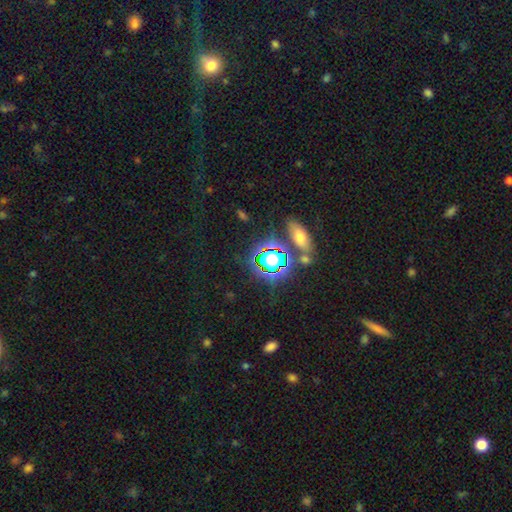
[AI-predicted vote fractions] star or artifact 64%, smooth 24%, featured or disk 12%.